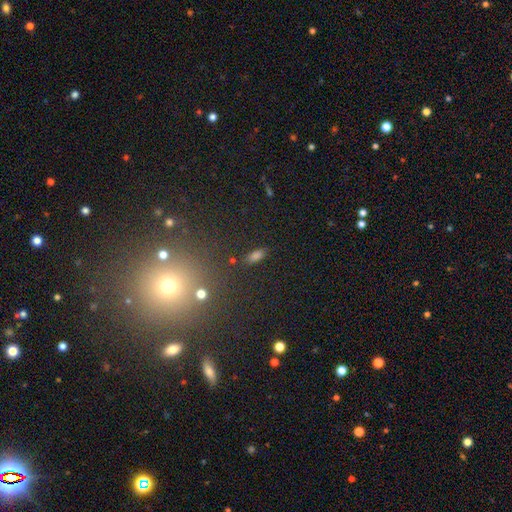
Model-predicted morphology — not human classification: smooth-or-featured: smooth: 70% | star or artifact: 19% | featured or disk: 11%
  how-rounded: in between: 75% | cigar-shaped: 17% | round: 7%
  merging: none: 84% | minor disturbance: 9% | merger: 3% | major disturbance: 3%